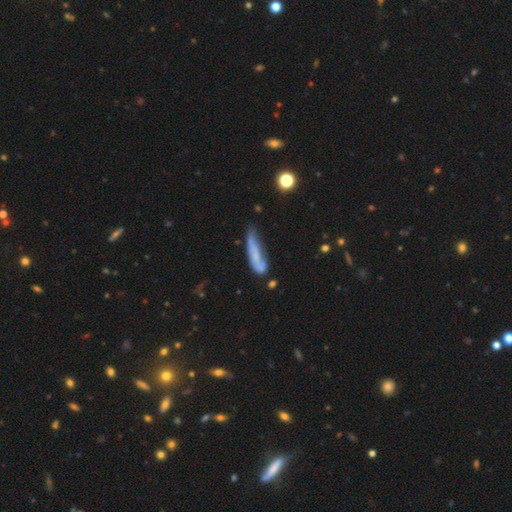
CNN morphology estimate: Smooth or featured?
  - smooth: 59% *
  - featured or disk: 31%
  - star or artifact: 10%
How rounded?
  - cigar-shaped: 77% *
  - in between: 20%
  - round: 2%
Merging?
  - none: 38% *
  - minor disturbance: 33%
  - major disturbance: 18%
  - merger: 11%